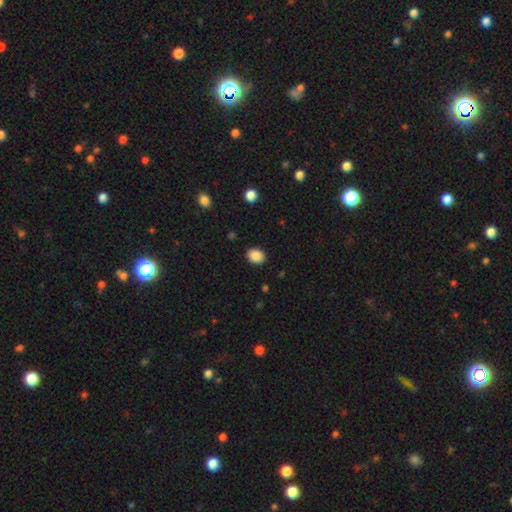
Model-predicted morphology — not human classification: Overall: smooth (89%). How rounded: in between (56%; round 43%). Merging: none (89%).